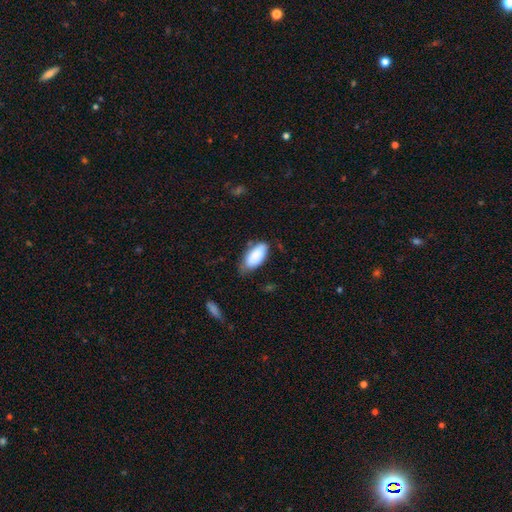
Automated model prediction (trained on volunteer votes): A smooth galaxy with no disk features (86%) that is in between round and cigar-shaped (92%). Merging: none (58%).